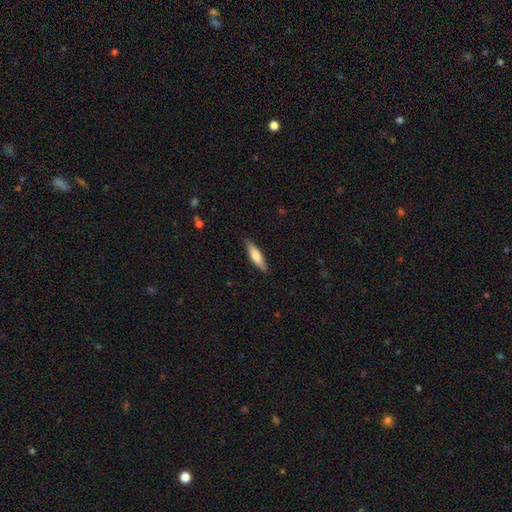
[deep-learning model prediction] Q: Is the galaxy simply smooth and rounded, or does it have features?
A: smooth — 69%.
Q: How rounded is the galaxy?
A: cigar-shaped — 67%.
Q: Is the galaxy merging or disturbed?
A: none — 84%.